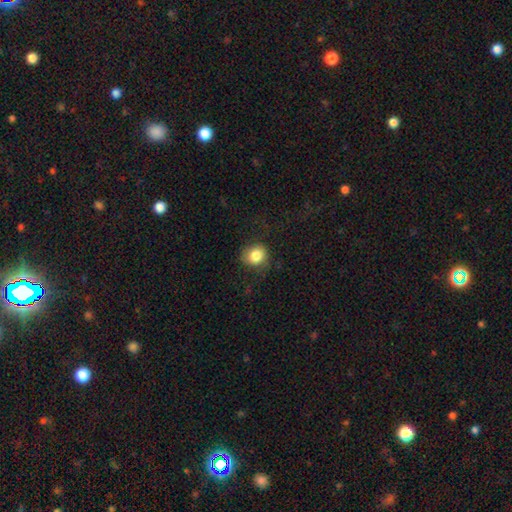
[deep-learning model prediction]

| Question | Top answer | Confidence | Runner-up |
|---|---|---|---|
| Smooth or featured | smooth | 83% | star or artifact (9%) |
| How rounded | round | 74% | in between (25%) |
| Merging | none | 72% | minor disturbance (18%) |